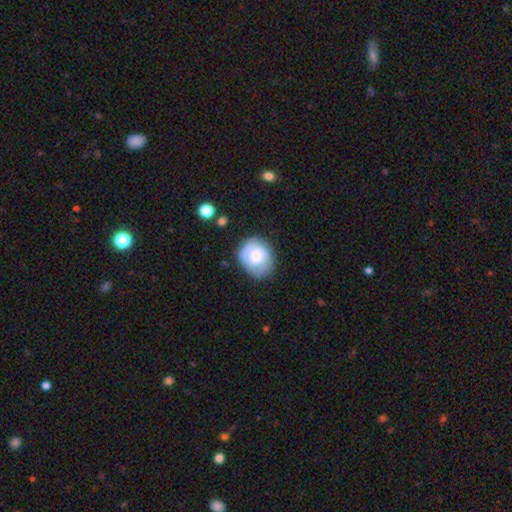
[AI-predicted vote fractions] Smooth or featured?
  - featured or disk: 48% *
  - smooth: 45%
  - star or artifact: 7%
Merging?
  - none: 70% *
  - minor disturbance: 21%
  - major disturbance: 7%
  - merger: 2%